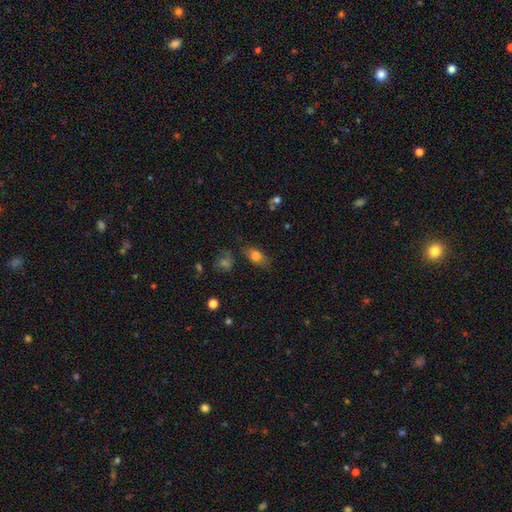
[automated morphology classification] Smooth or featured? Predicted: smooth (p=0.78). How rounded? Predicted: in between (p=0.83). Merging? Predicted: none (p=0.69).